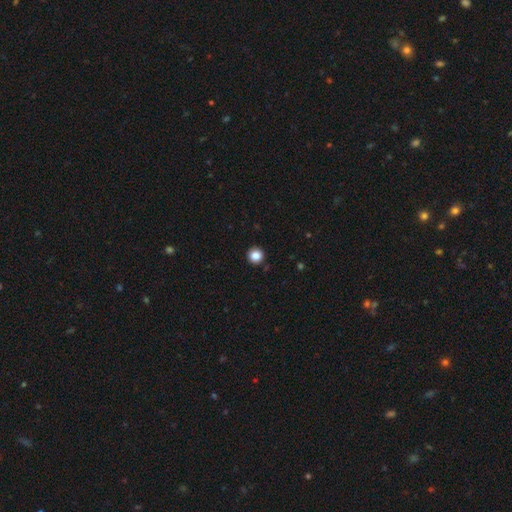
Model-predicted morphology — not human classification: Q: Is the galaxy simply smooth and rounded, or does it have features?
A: smooth — 86%.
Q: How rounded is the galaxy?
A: round — 95%.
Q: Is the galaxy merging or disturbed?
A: none — 93%.